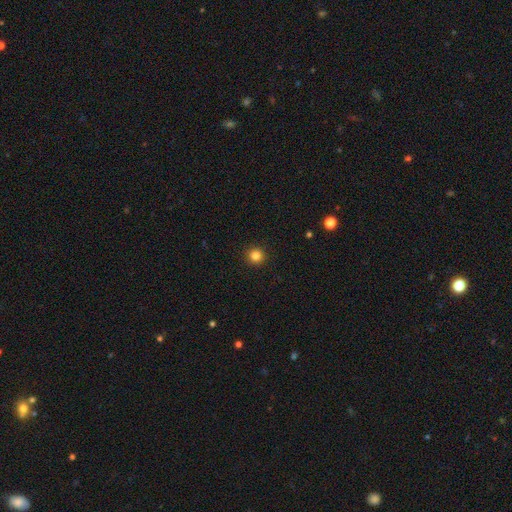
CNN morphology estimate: A smooth galaxy with no disk features (83%) that is round (95%).

Vote fractions:
- Smooth or featured? smooth: 83% / star or artifact: 13% / featured or disk: 4%
- How rounded? round: 95% / in between: 4% / cigar-shaped: 1%
- Merging? none: 93% / minor disturbance: 4% / major disturbance: 2% / merger: 1%